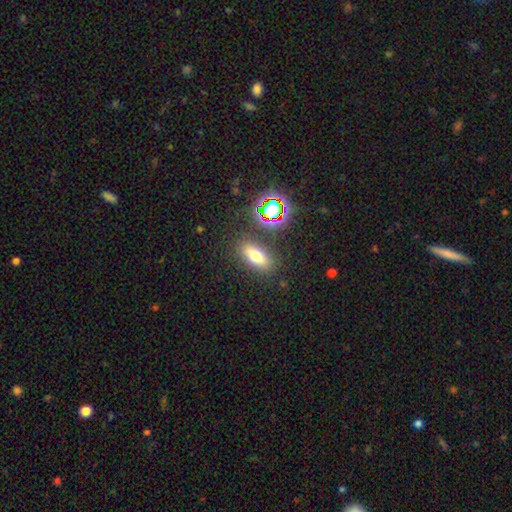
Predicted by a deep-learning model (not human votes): Smooth or featured?
  - smooth: 63% *
  - star or artifact: 20%
  - featured or disk: 17%
How rounded?
  - in between: 73% *
  - cigar-shaped: 18%
  - round: 9%
Merging?
  - none: 84% *
  - minor disturbance: 10%
  - major disturbance: 4%
  - merger: 3%